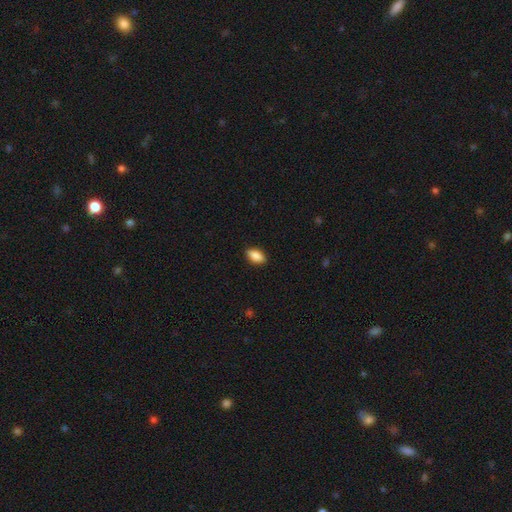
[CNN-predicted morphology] A smooth galaxy with no disk features (86%) that is in between round and cigar-shaped (88%).

Vote fractions:
- Smooth or featured? smooth: 86% / featured or disk: 7% / star or artifact: 7%
- How rounded? in between: 88% / cigar-shaped: 8% / round: 4%
- Merging? none: 88% / minor disturbance: 9% / major disturbance: 2% / merger: 1%